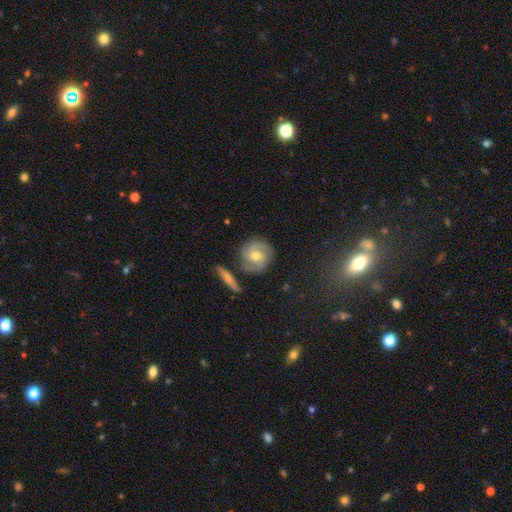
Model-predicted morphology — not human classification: Q: Smooth or featured?
A: featured or disk (58%); runner-up: smooth (34%)
Q: Edge-on disk?
A: no (94%); runner-up: yes (6%)
Q: Bar?
A: no (53%); runner-up: weak (38%)
Q: Spiral arms?
A: yes (85%); runner-up: no (15%)
Q: Bulge size?
A: moderate (74%); runner-up: small (20%)
Q: Merging?
A: none (76%); runner-up: minor disturbance (14%)